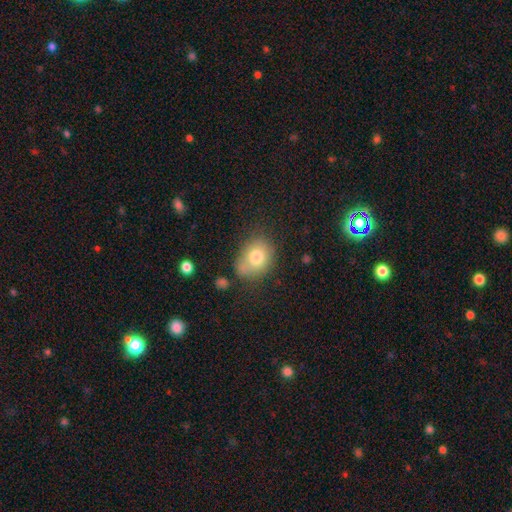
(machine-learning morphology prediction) This is likely a smooth galaxy (76%). How rounded: possibly in between (58%). Merging: possibly none (58%).